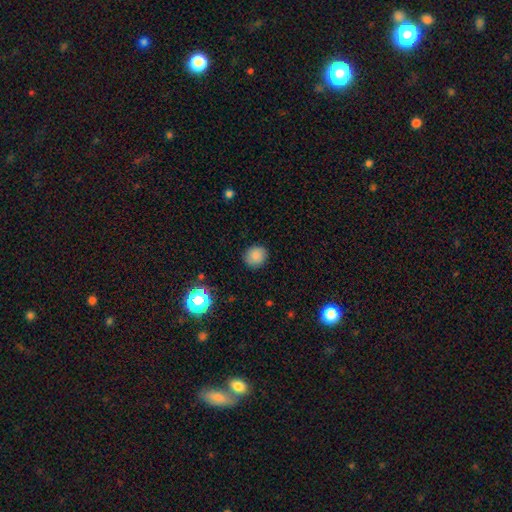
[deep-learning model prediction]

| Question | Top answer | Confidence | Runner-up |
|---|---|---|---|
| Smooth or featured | smooth | 84% | star or artifact (11%) |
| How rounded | round | 85% | in between (14%) |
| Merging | none | 88% | minor disturbance (8%) |